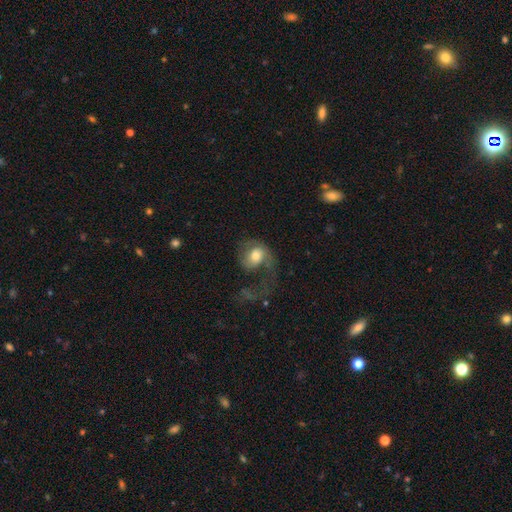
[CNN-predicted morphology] A smooth galaxy with no disk features (47%).

Vote fractions:
- Smooth or featured? smooth: 47% / featured or disk: 45% / star or artifact: 7%
- Merging? major disturbance: 64% / none: 18% / minor disturbance: 14% / merger: 4%